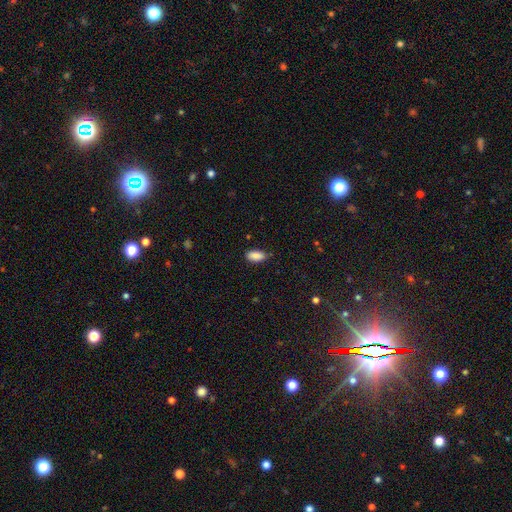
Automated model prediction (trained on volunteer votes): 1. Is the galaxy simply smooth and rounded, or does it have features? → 89% smooth, 7% star or artifact, 4% featured or disk.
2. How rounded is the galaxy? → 90% in between, 7% cigar-shaped, 3% round.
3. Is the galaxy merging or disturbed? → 81% none, 16% minor disturbance, 3% major disturbance, 1% merger.